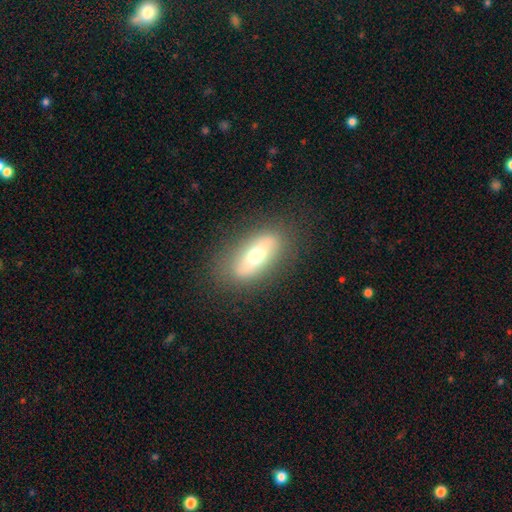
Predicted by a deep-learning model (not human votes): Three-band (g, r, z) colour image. It shows a smooth galaxy with no disk features (53%) that is in between round and cigar-shaped (76%). Merging: none (83%).